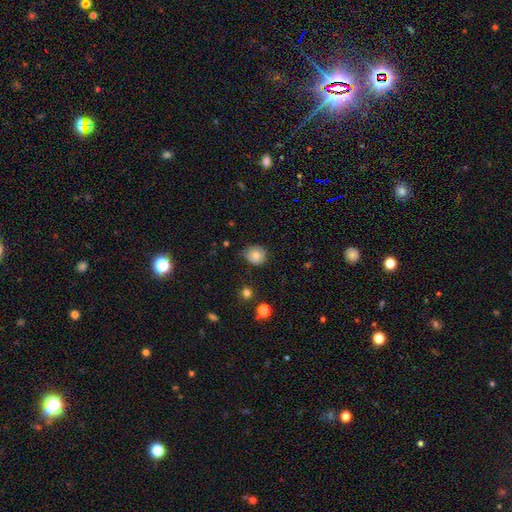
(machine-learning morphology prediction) This is likely a smooth galaxy (77%). How rounded: clearly round (85%). Merging: likely none (74%).